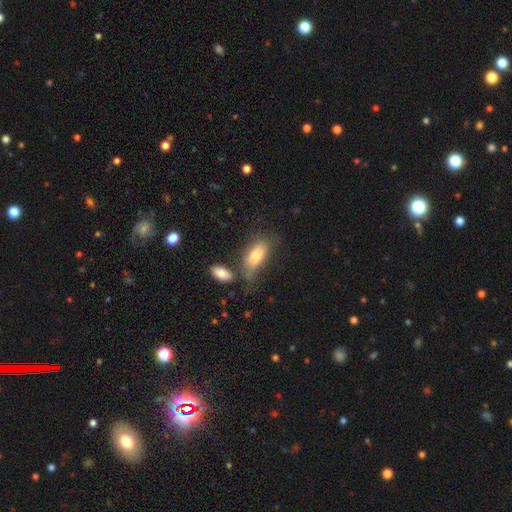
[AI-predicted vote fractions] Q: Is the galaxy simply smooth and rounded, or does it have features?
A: smooth — 77%.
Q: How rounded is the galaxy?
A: in between — 81%.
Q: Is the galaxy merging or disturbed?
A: none — 44%.